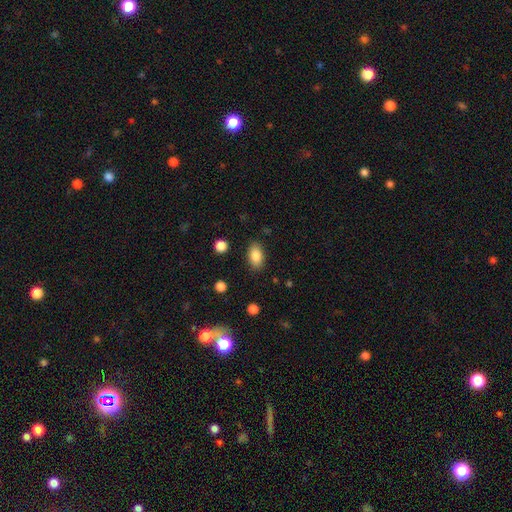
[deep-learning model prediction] Smooth or featured? smooth (85%)
How rounded? in between (90%)
Merging? none (85%)